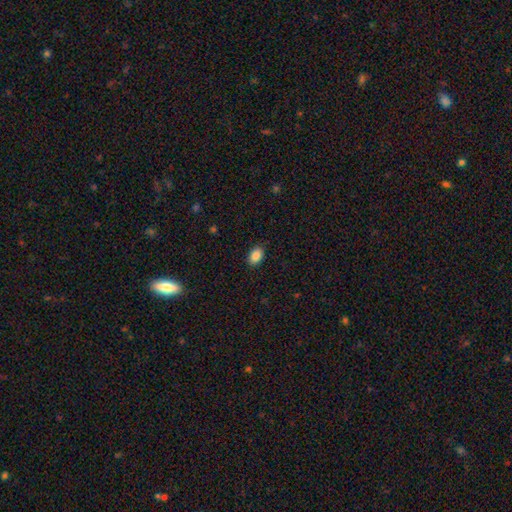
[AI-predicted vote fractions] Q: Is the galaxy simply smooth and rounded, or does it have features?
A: smooth — 88%.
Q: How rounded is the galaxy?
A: in between — 84%.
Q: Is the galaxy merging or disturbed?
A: none — 89%.